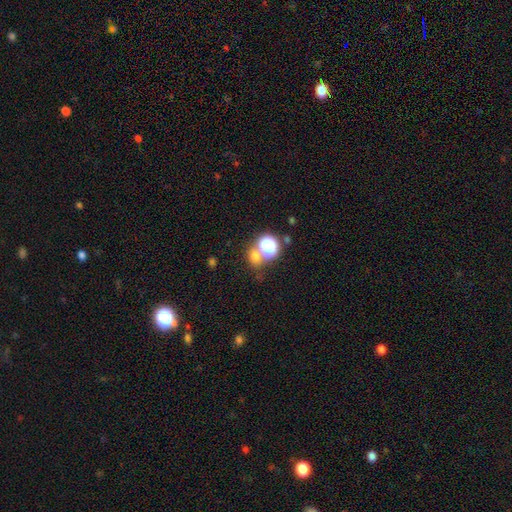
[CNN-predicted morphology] Q: Smooth or featured?
A: smooth (64%); runner-up: star or artifact (28%)
Q: How rounded?
A: round (70%); runner-up: in between (29%)
Q: Merging?
A: none (55%); runner-up: merger (30%)